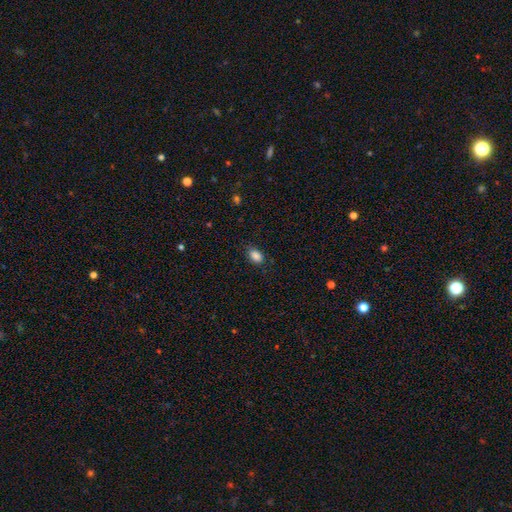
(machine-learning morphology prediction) Smooth or featured?
  - smooth: 87% *
  - star or artifact: 9%
  - featured or disk: 4%
How rounded?
  - in between: 82% *
  - round: 16%
  - cigar-shaped: 1%
Merging?
  - none: 82% *
  - minor disturbance: 14%
  - major disturbance: 3%
  - merger: 1%